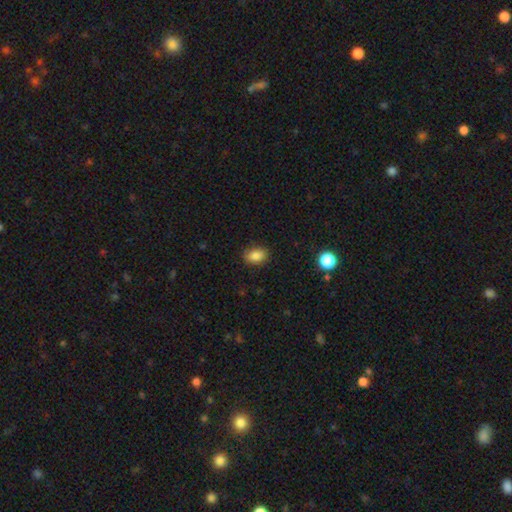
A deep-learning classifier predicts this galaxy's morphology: The model was most divided on "how rounded": in between: 77%, round: 22%, cigar-shaped: 1%. More confident: smooth or featured — smooth (86%); merging — none (85%).